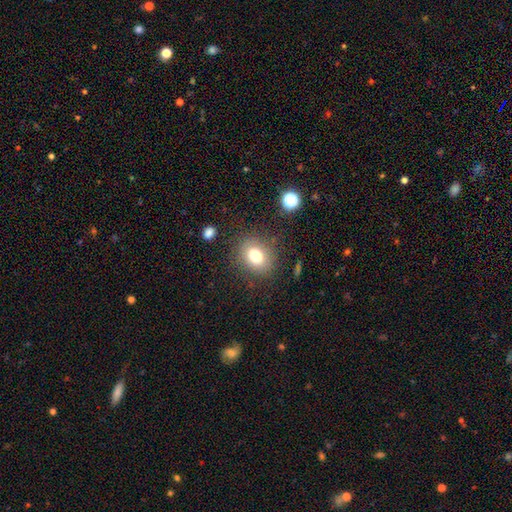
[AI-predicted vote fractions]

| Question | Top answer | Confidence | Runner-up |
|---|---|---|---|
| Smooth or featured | smooth | 77% | star or artifact (12%) |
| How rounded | round | 55% | in between (44%) |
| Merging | none | 82% | minor disturbance (11%) |